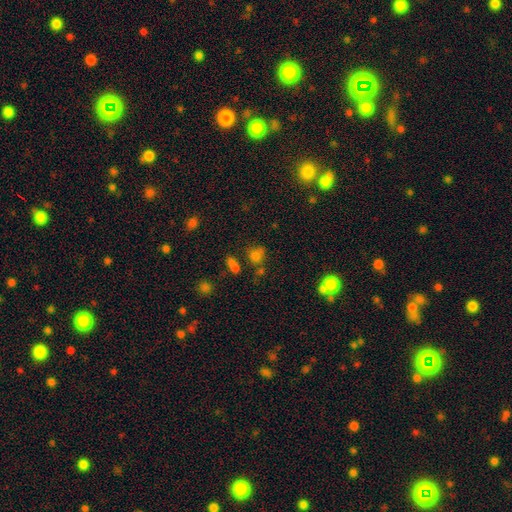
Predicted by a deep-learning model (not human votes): Morphology: type=smooth (69%); roundness=round (66%); merging=none (54%).